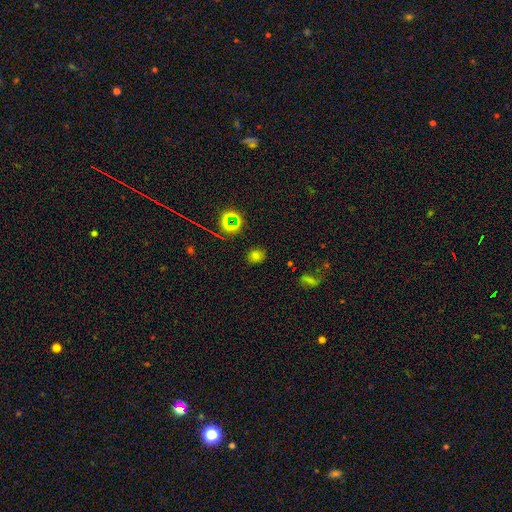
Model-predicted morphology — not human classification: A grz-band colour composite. It shows a smooth galaxy with no disk features (59%) that is round (70%). Merging: none (84%).